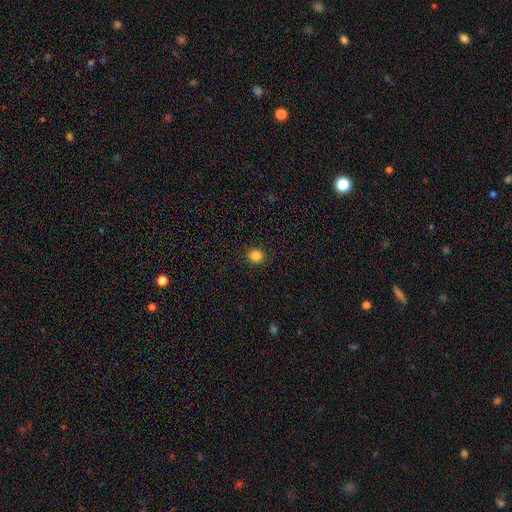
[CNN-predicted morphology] smooth-or-featured: smooth: 85% | star or artifact: 11% | featured or disk: 4%
  how-rounded: round: 83% | in between: 16% | cigar-shaped: 1%
  merging: none: 92% | minor disturbance: 6% | major disturbance: 2% | merger: 1%